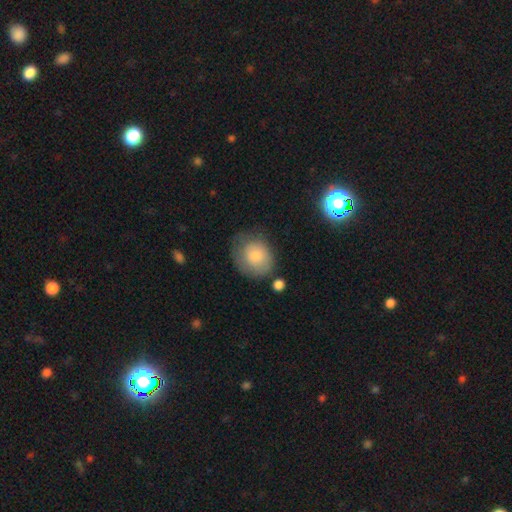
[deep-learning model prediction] smooth-or-featured: smooth: 77% | featured or disk: 16% | star or artifact: 7%
  how-rounded: round: 62% | in between: 37% | cigar-shaped: 1%
  merging: none: 54% | minor disturbance: 28% | major disturbance: 13% | merger: 5%